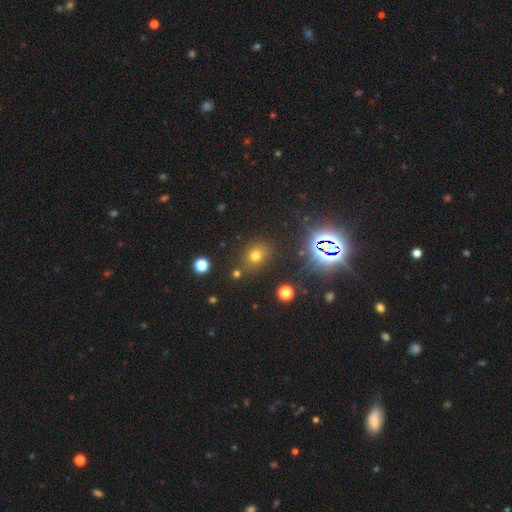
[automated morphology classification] A smooth galaxy with no disk features (60%) that is round (62%). Merging: none (76%).